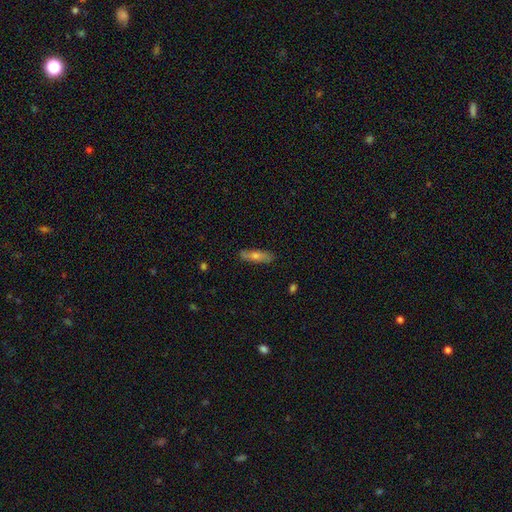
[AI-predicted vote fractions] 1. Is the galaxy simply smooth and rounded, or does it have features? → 58% smooth, 34% featured or disk, 7% star or artifact.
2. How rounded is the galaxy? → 61% cigar-shaped, 37% in between, 3% round.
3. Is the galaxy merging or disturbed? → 84% none, 12% minor disturbance, 2% major disturbance, 1% merger.